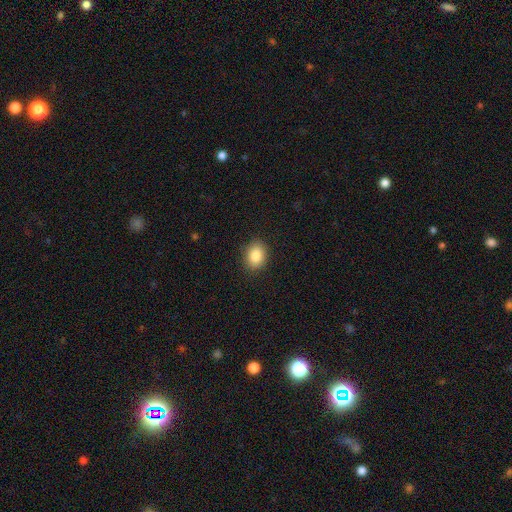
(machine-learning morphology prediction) Overall: smooth (86%). How rounded: in between (68%; round 31%). Merging: none (88%).